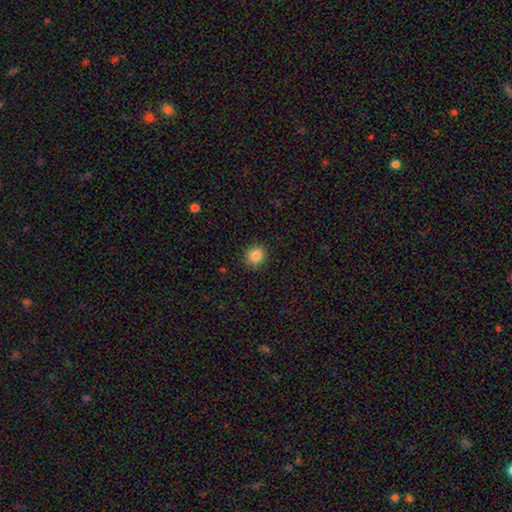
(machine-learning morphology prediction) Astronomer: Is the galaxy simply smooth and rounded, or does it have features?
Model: smooth — 85%.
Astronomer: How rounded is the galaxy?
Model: round — 84%.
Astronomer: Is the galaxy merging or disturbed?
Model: none — 91%.